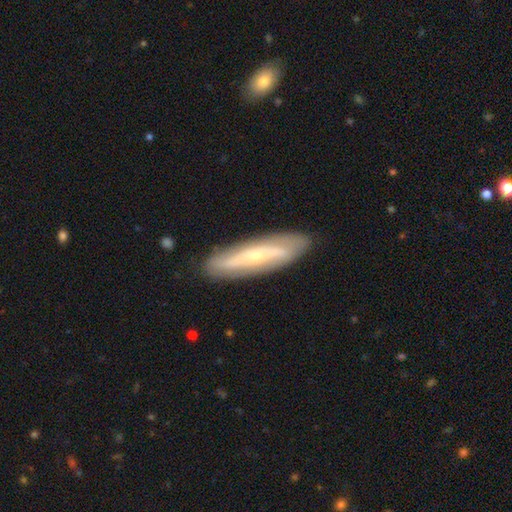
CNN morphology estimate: smooth_or_featured: featured or disk (p=0.68) [alt: smooth p=0.26]
disk_edge_on: no (p=0.57) [alt: yes p=0.43]
merging: none (p=0.86) [alt: minor disturbance p=0.11]